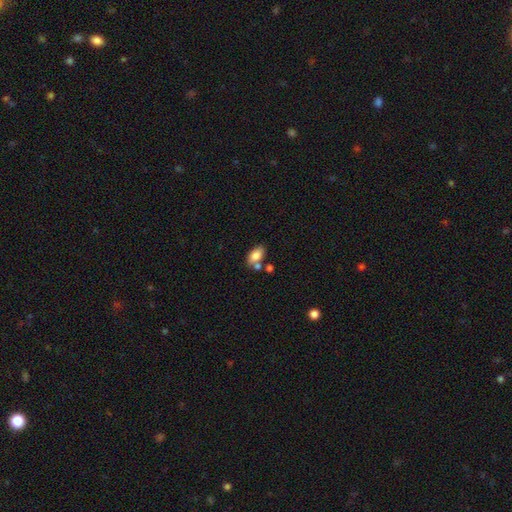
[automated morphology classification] Smooth or featured?
  - smooth: 82% *
  - featured or disk: 10%
  - star or artifact: 8%
How rounded?
  - in between: 91% *
  - round: 7%
  - cigar-shaped: 2%
Merging?
  - none: 54% *
  - merger: 26%
  - minor disturbance: 15%
  - major disturbance: 5%